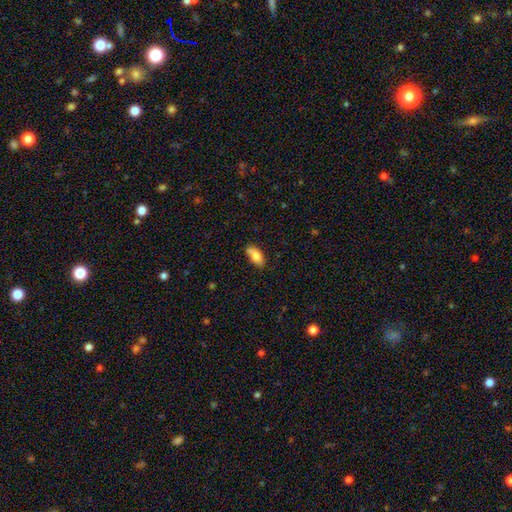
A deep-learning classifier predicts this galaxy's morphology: A smooth galaxy with no disk features (80%) that is in between round and cigar-shaped (89%).

Vote fractions:
- Smooth or featured? smooth: 80% / featured or disk: 13% / star or artifact: 7%
- How rounded? in between: 89% / cigar-shaped: 8% / round: 3%
- Merging? none: 74% / minor disturbance: 19% / merger: 3% / major disturbance: 3%